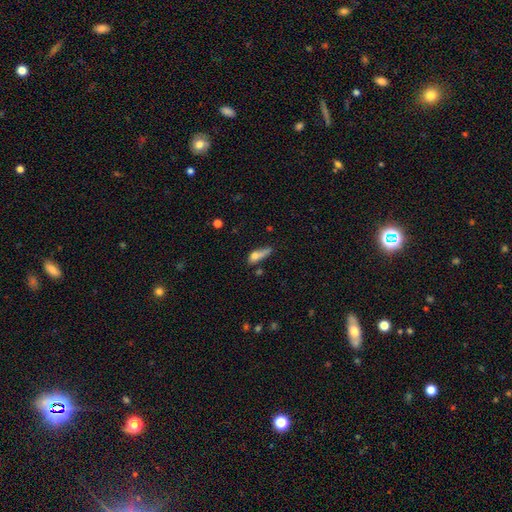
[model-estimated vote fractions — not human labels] Morphology: type=smooth (66%); roundness=in between (48%); merging=none (29%).